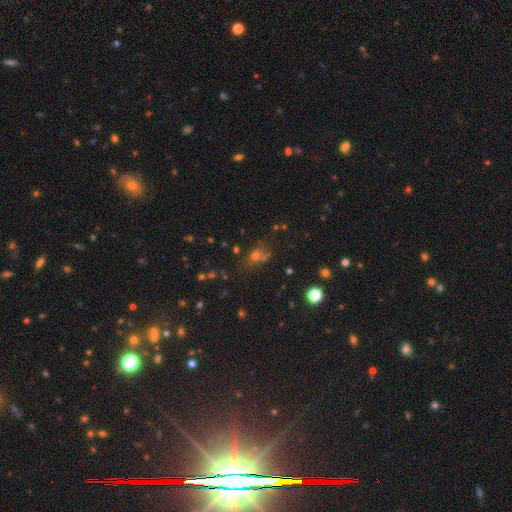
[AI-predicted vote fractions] This appears to be a smooth galaxy with no disk features (54%) that is round (59%). Merging: none (56%).